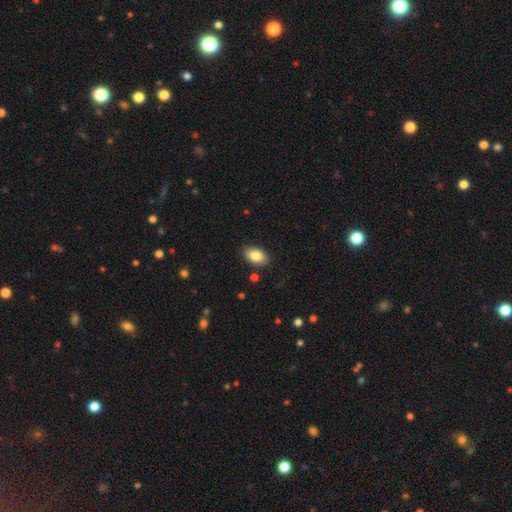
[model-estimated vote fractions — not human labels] The model was most divided on "smooth or featured": smooth: 84%, featured or disk: 9%, star or artifact: 7%. More confident: how rounded — in between (92%); merging — none (87%).